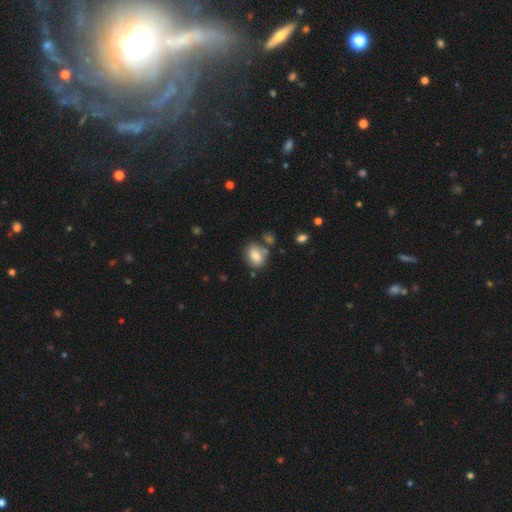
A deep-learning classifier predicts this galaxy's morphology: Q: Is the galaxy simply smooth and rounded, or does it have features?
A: smooth — 79%.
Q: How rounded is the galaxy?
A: in between — 65%.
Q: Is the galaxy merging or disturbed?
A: none — 61%.